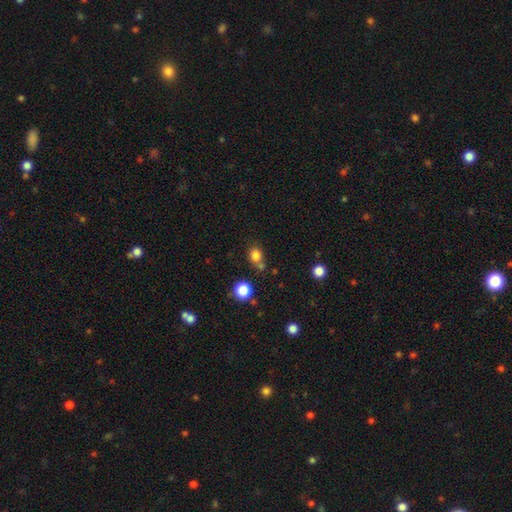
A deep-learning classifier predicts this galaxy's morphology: smooth-or-featured: smooth: 80% | star or artifact: 14% | featured or disk: 6%
  how-rounded: round: 67% | in between: 32% | cigar-shaped: 1%
  merging: none: 61% | merger: 21% | minor disturbance: 13% | major disturbance: 5%